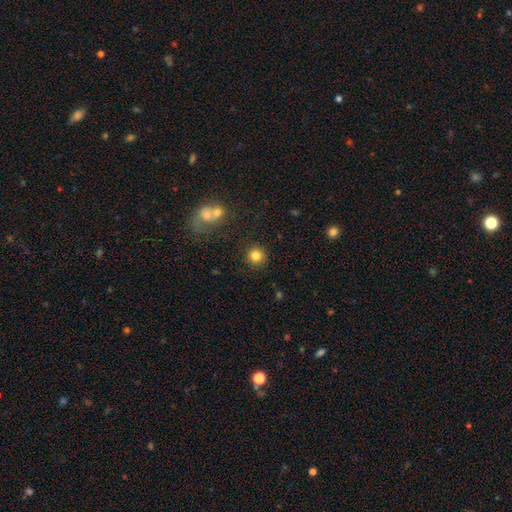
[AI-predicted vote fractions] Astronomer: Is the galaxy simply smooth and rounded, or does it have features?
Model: smooth — 82%.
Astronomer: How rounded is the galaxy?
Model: round — 93%.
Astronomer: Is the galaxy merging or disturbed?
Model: none — 89%.